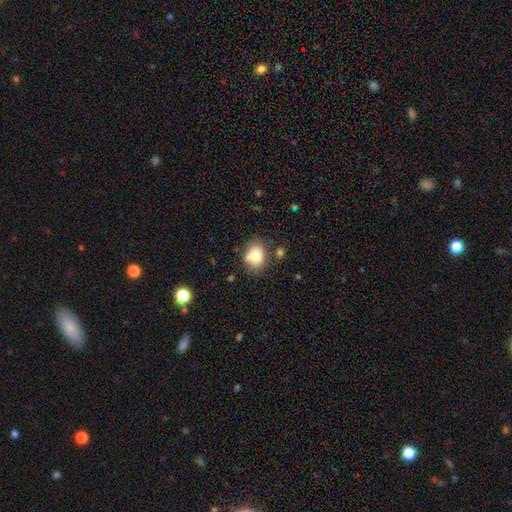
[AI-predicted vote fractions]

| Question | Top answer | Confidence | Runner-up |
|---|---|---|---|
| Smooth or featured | smooth | 76% | featured or disk (14%) |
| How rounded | round | 50% | in between (49%) |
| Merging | none | 63% | minor disturbance (18%) |